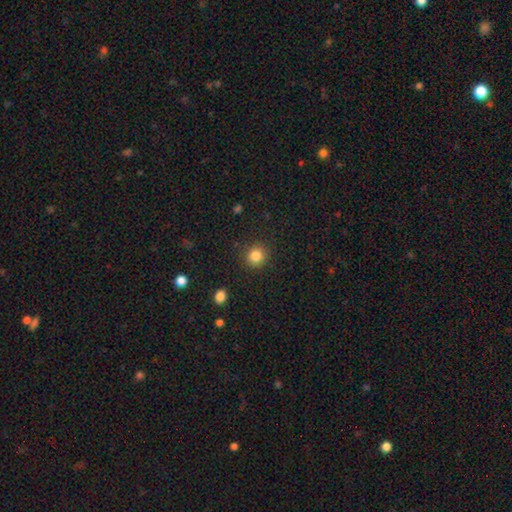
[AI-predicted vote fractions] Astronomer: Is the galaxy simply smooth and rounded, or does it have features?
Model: smooth — 84%.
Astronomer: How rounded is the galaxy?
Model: round — 90%.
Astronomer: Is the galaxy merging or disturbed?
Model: none — 89%.